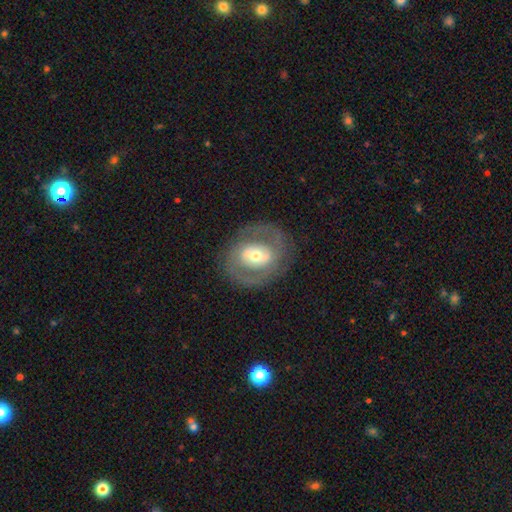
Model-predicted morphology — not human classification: featured or disk 65%, smooth 28%, star or artifact 6%. Down the decision tree: edge-on disk — no (95%); bar — no (49%); spiral arms — no (52%); bulge size — moderate (63%); merging — none (76%).